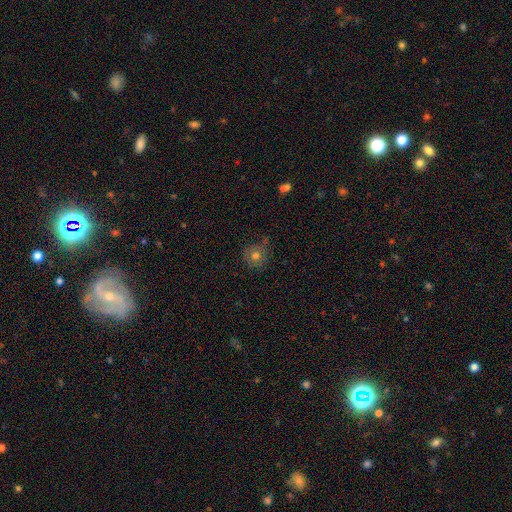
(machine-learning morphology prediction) smooth 70%, featured or disk 18%, star or artifact 13%. Down the decision tree: how rounded — round (92%); merging — none (73%).